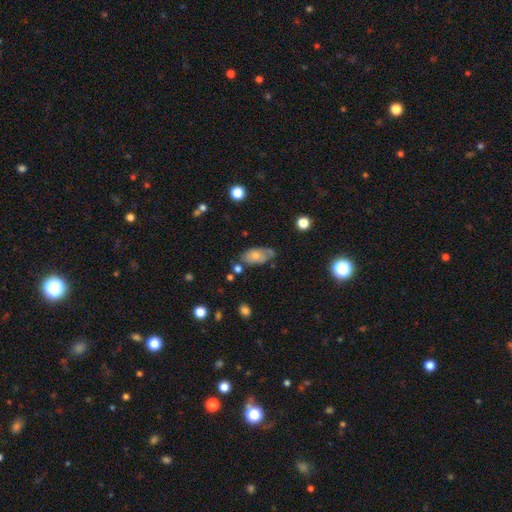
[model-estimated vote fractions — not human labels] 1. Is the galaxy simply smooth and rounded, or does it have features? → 51% smooth, 39% featured or disk, 10% star or artifact.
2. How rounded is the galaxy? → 87% in between, 6% cigar-shaped, 6% round.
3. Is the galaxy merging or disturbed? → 57% none, 28% minor disturbance, 9% major disturbance, 5% merger.